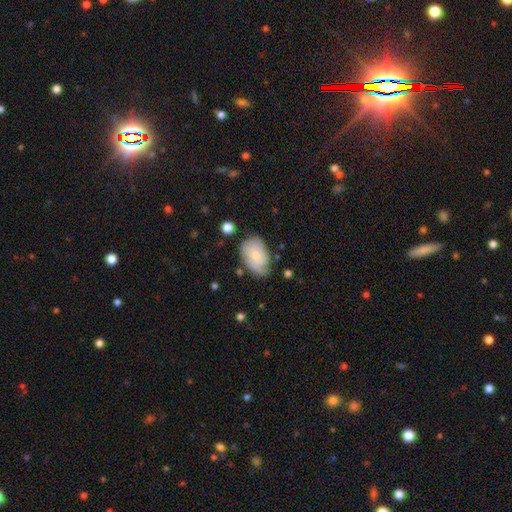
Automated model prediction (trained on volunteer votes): A smooth galaxy with no disk features (58%) that is in between round and cigar-shaped (87%).

Vote fractions:
- Smooth or featured? smooth: 58% / featured or disk: 35% / star or artifact: 7%
- How rounded? in between: 87% / round: 12% / cigar-shaped: 1%
- Merging? none: 55% / minor disturbance: 32% / major disturbance: 10% / merger: 3%